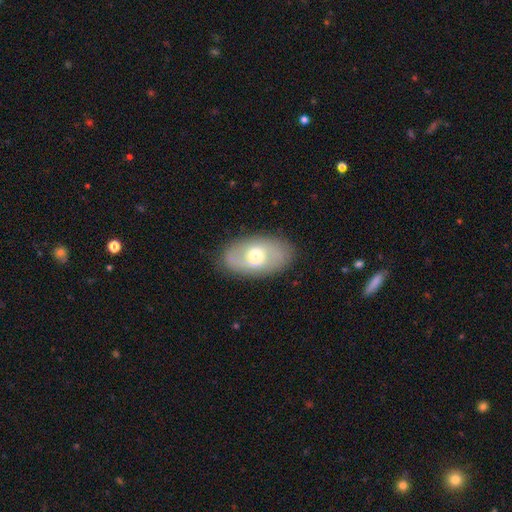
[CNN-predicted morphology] Smooth or featured? featured or disk (55%)
Edge-on disk? no (92%)
Bar? no (50%)
Spiral arms? yes (67%)
Bulge size? moderate (68%)
Merging? none (84%)